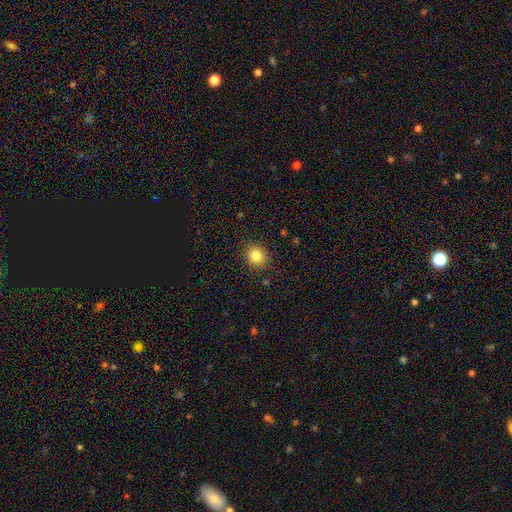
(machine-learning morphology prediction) Overall: smooth (84%). How rounded: round (81%). Merging: none (88%).